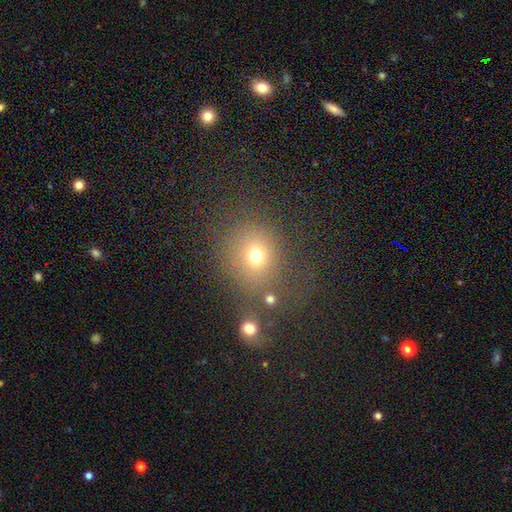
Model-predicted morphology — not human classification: A smooth galaxy with no disk features (70%) that is round (73%).

Vote fractions:
- Smooth or featured? smooth: 70% / star or artifact: 19% / featured or disk: 11%
- How rounded? round: 73% / in between: 25% / cigar-shaped: 1%
- Merging? none: 67% / minor disturbance: 13% / merger: 10% / major disturbance: 10%